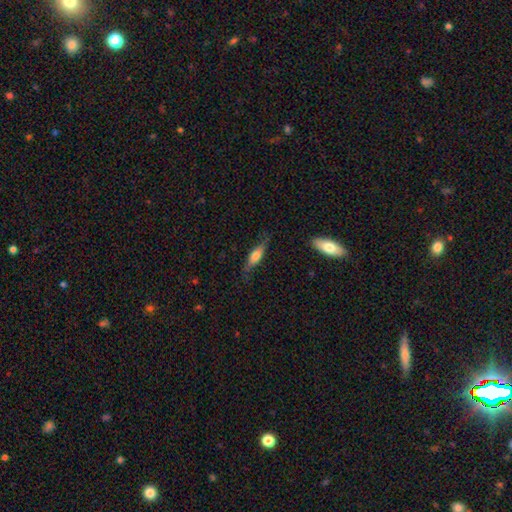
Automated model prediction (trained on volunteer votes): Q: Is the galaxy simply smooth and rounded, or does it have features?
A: smooth — 53%.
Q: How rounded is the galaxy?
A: cigar-shaped — 58%.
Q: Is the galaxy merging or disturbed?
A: none — 71%.